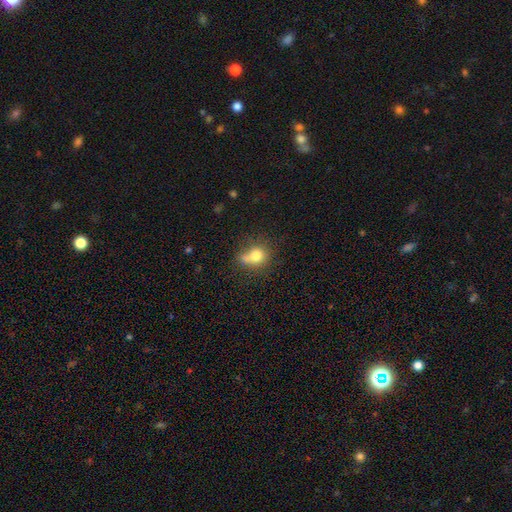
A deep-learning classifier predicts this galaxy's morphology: Smooth or featured? Predicted: smooth (p=0.76). How rounded? Predicted: round (p=0.73). Merging? Predicted: none (p=0.47).